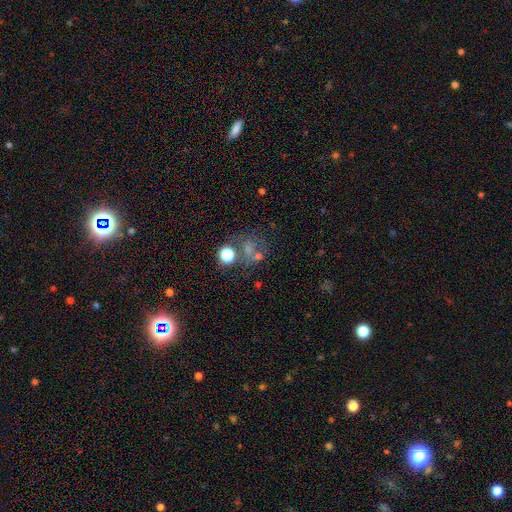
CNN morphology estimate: smooth_or_featured: star or artifact (p=0.44) [alt: smooth p=0.36]